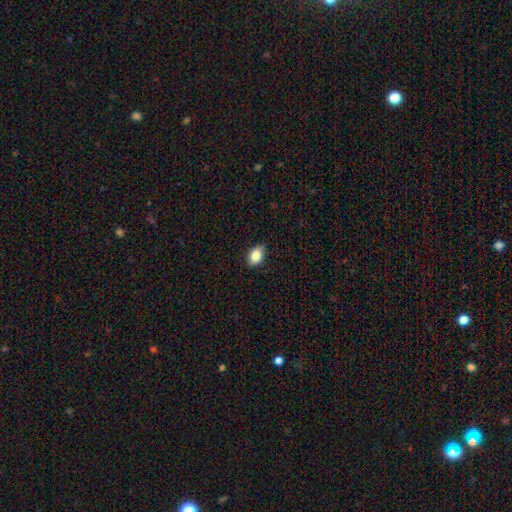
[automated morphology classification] This appears to be a smooth galaxy with no disk features (85%) that is in between round and cigar-shaped (79%). Merging: none (84%).